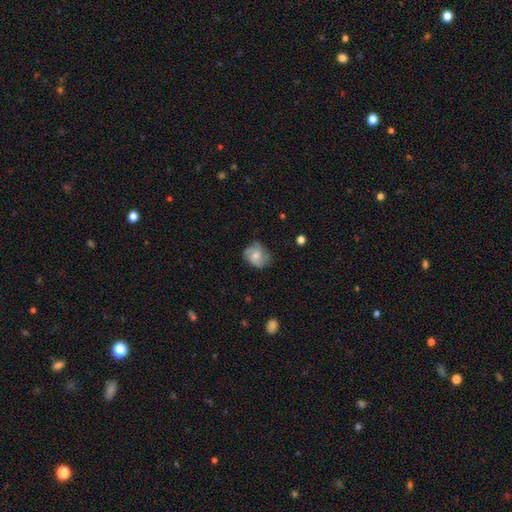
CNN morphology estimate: A featured or disk galaxy (49%).

Vote fractions:
- Smooth or featured? featured or disk: 49% / smooth: 43% / star or artifact: 8%
- Merging? none: 64% / minor disturbance: 26% / major disturbance: 9% / merger: 2%